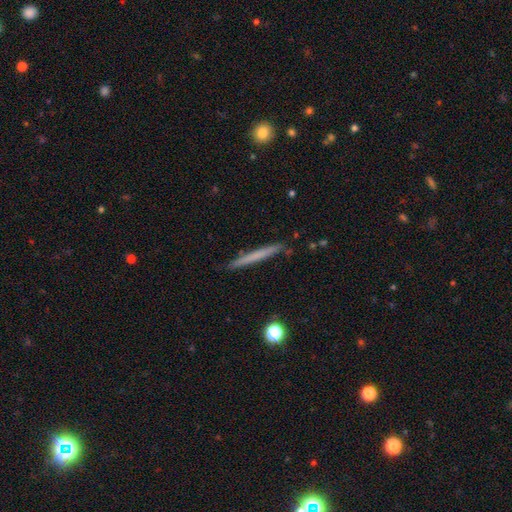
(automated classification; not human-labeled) smooth 56%, featured or disk 37%, star or artifact 6%. Down the decision tree: how rounded — cigar-shaped (97%); merging — none (88%).